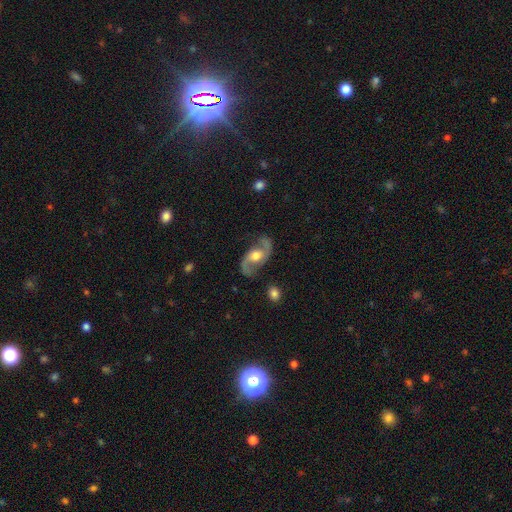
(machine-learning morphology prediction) Smooth or featured? featured or disk (86%)
Edge-on disk? no (95%)
Bar? no (59%)
Spiral arms? yes (95%)
Spiral winding? loose (53%)
Spiral arm count? 2 (93%)
Bulge size? moderate (66%)
Merging? none (76%)